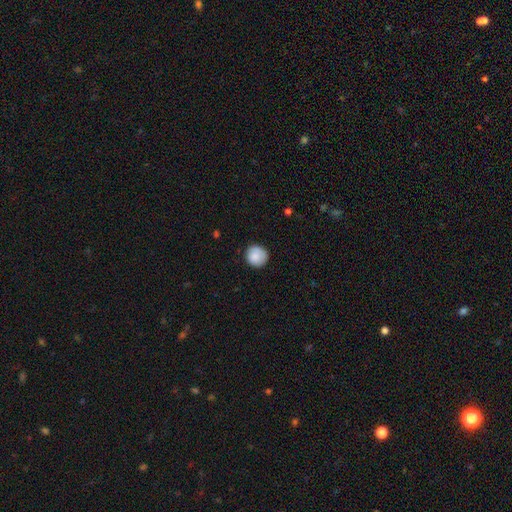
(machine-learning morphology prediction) A smooth galaxy with no disk features (86%) that is round (92%).

Vote fractions:
- Smooth or featured? smooth: 86% / star or artifact: 8% / featured or disk: 7%
- How rounded? round: 92% / in between: 7% / cigar-shaped: 1%
- Merging? none: 84% / minor disturbance: 12% / major disturbance: 2% / merger: 1%